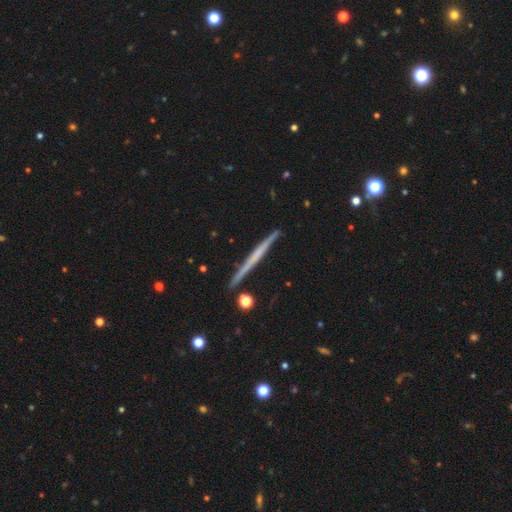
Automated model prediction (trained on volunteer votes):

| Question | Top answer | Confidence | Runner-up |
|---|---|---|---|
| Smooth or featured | featured or disk | 63% | smooth (32%) |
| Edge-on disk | yes | 98% | no (2%) |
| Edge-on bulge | none | 82% | rounded (13%) |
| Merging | none | 91% | minor disturbance (6%) |